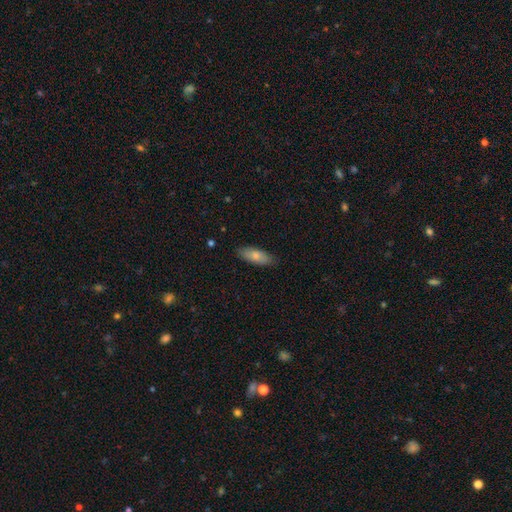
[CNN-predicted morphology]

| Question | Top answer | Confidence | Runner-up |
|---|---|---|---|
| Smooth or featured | smooth | 78% | featured or disk (16%) |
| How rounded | in between | 73% | cigar-shaped (25%) |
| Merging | none | 85% | minor disturbance (11%) |